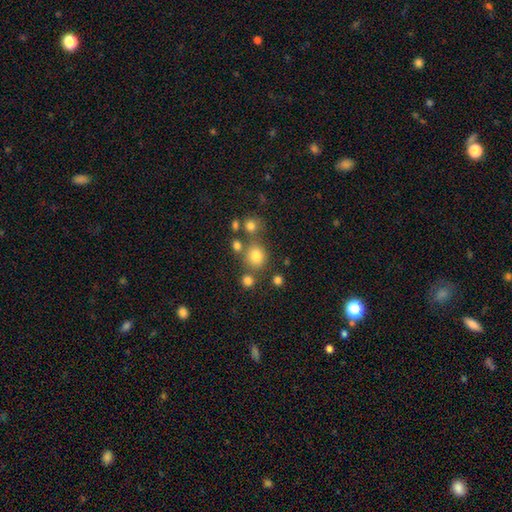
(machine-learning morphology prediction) smooth 73%, star or artifact 18%, featured or disk 8%. Down the decision tree: how rounded — round (82%); merging — none (69%).